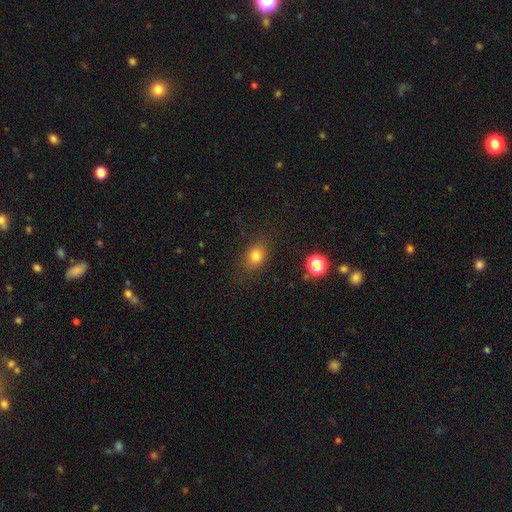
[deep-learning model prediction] Overall: smooth (78%). How rounded: in between (58%; round 40%). Merging: none (80%).